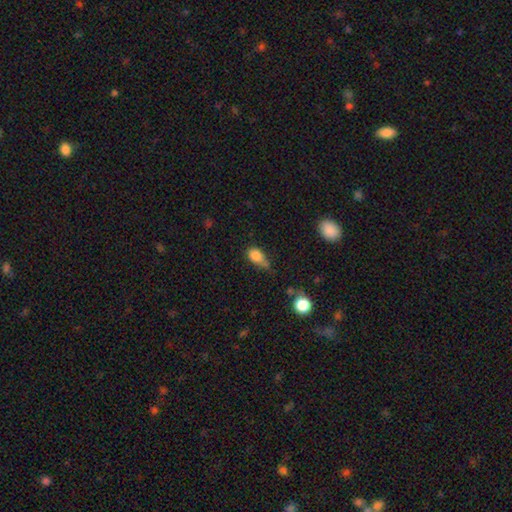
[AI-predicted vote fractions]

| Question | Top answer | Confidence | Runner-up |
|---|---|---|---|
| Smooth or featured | smooth | 81% | star or artifact (11%) |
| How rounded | in between | 70% | round (26%) |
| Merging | minor disturbance | 40% | none (33%) |